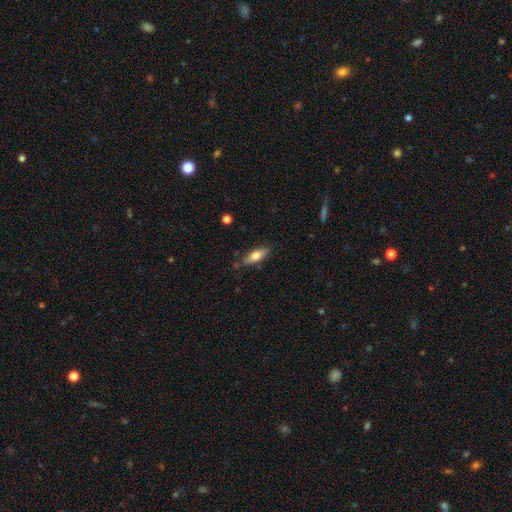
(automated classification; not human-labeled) Overall: smooth (67%). How rounded: in between (62%; cigar-shaped 36%). Merging: none (77%).